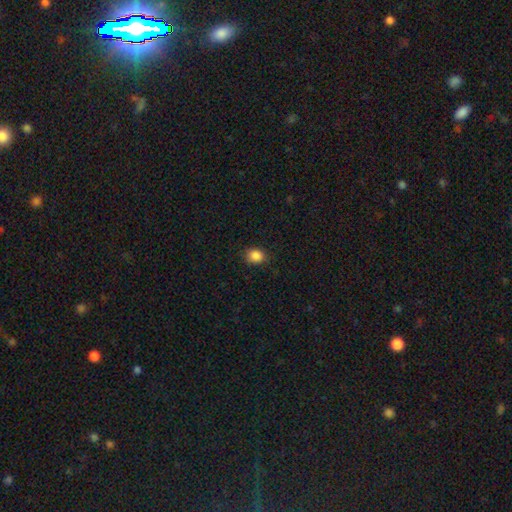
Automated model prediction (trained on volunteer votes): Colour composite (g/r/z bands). It shows a smooth galaxy with no disk features (86%) that is round (65%). Merging: none (83%).